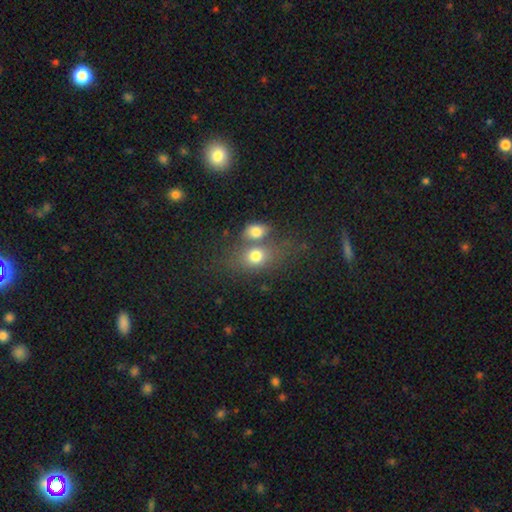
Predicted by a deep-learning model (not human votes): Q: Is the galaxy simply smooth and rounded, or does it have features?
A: smooth — 74%.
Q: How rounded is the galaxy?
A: in between — 53%.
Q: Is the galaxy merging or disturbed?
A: merger — 45%.